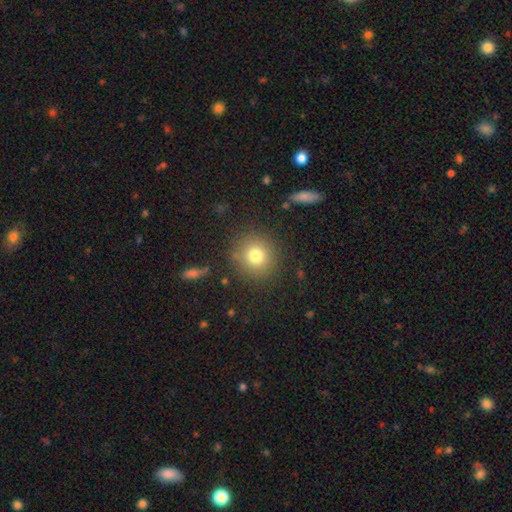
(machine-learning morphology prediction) The model was most divided on "smooth or featured": smooth: 78%, star or artifact: 13%, featured or disk: 10%. More confident: how rounded — round (92%); merging — none (86%).